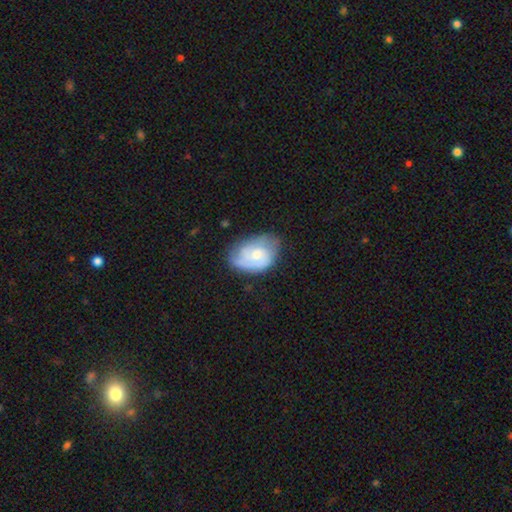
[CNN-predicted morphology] Smooth or featured?
  - featured or disk: 63% *
  - smooth: 31%
  - star or artifact: 6%
Edge-on disk?
  - no: 96% *
  - yes: 4%
Bar?
  - no: 72% *
  - weak: 25%
  - strong: 3%
Spiral arms?
  - yes: 84% *
  - no: 16%
Spiral winding?
  - tight: 50% *
  - medium: 35%
  - loose: 14%
Spiral arm count?
  - 2: 37% *
  - can't tell: 33%
  - 1: 13%
  - 3: 11%
  - 4: 3%
  - more than 4: 2%
Bulge size?
  - moderate: 54% *
  - small: 38%
  - large: 4%
  - none: 2%
  - dominant: 1%
Merging?
  - none: 59% *
  - minor disturbance: 28%
  - major disturbance: 10%
  - merger: 2%